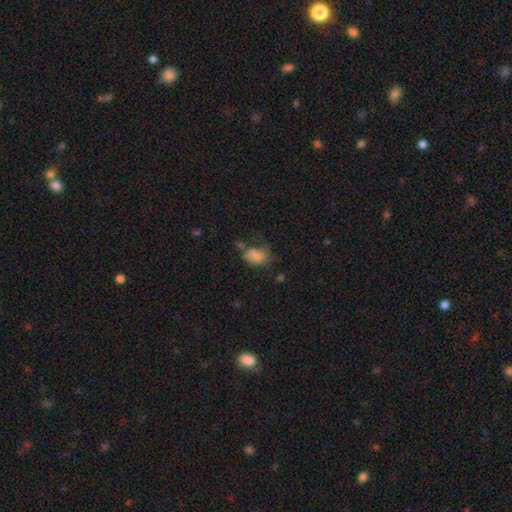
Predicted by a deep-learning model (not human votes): Overall: smooth (73%). How rounded: in between (70%). Merging: none (34%; merger 25%).